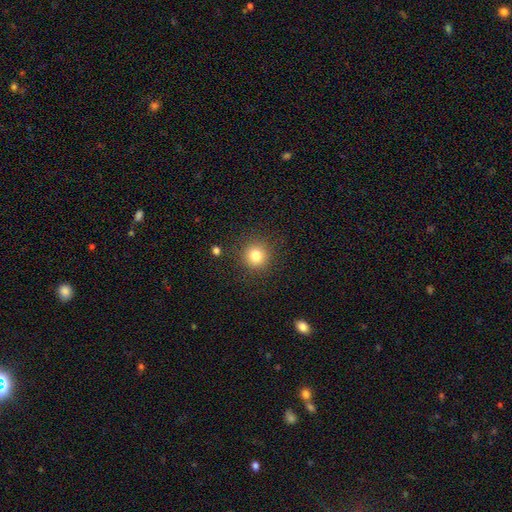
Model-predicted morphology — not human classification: smooth 80%, star or artifact 12%, featured or disk 7%. Down the decision tree: how rounded — round (92%); merging — none (88%).